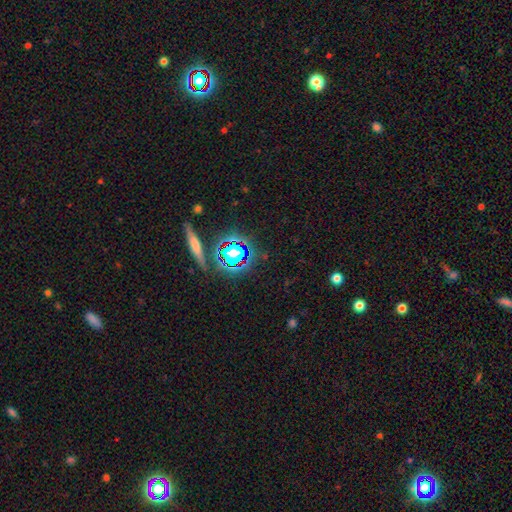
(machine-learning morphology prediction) This is likely a star or artifact rather than a galaxy (74%).